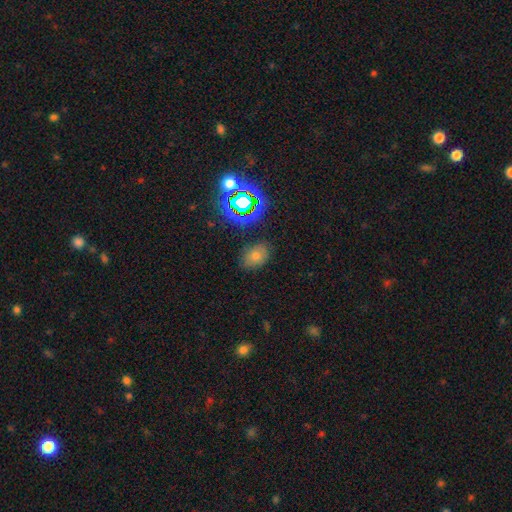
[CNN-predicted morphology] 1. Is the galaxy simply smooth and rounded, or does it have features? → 58% smooth, 29% star or artifact, 14% featured or disk.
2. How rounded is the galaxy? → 74% in between, 24% round, 1% cigar-shaped.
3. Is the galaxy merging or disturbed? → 83% none, 12% minor disturbance, 4% major disturbance, 2% merger.